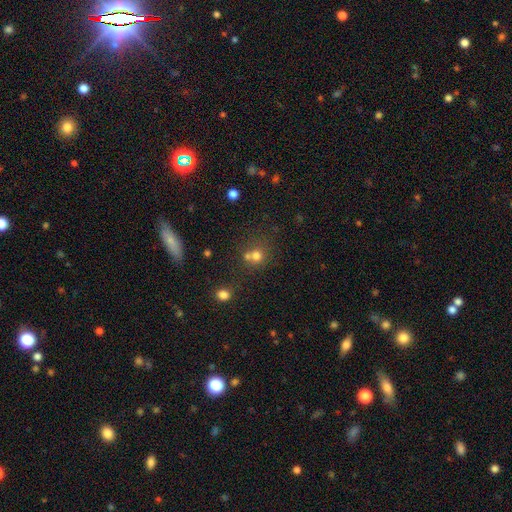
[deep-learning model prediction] The model was most divided on "merging": none: 53%, merger: 34%, minor disturbance: 8%, major disturbance: 4%. More confident: how rounded — round (84%); smooth or featured — smooth (60%).